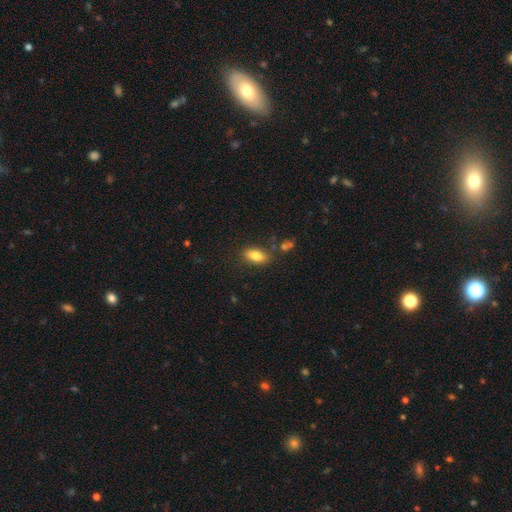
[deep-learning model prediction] A smooth galaxy with no disk features (82%) that is in between round and cigar-shaped (87%).

Vote fractions:
- Smooth or featured? smooth: 82% / featured or disk: 10% / star or artifact: 8%
- How rounded? in between: 87% / cigar-shaped: 9% / round: 5%
- Merging? none: 78% / minor disturbance: 13% / merger: 5% / major disturbance: 4%